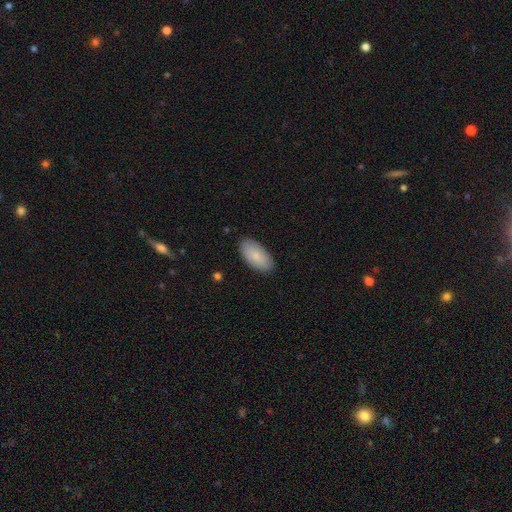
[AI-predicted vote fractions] smooth-or-featured: smooth: 85% | featured or disk: 9% | star or artifact: 6%
  how-rounded: in between: 95% | cigar-shaped: 3% | round: 2%
  merging: none: 87% | minor disturbance: 10% | major disturbance: 2% | merger: 1%